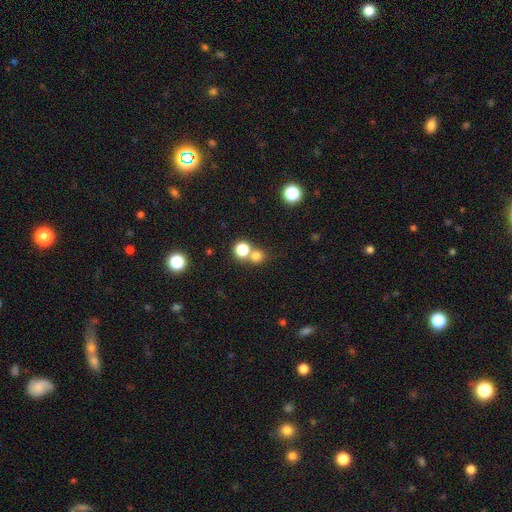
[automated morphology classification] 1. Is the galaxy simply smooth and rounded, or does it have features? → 75% smooth, 17% star or artifact, 8% featured or disk.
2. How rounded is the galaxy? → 87% round, 12% in between, 1% cigar-shaped.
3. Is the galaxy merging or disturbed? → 53% none, 38% merger, 6% minor disturbance, 3% major disturbance.